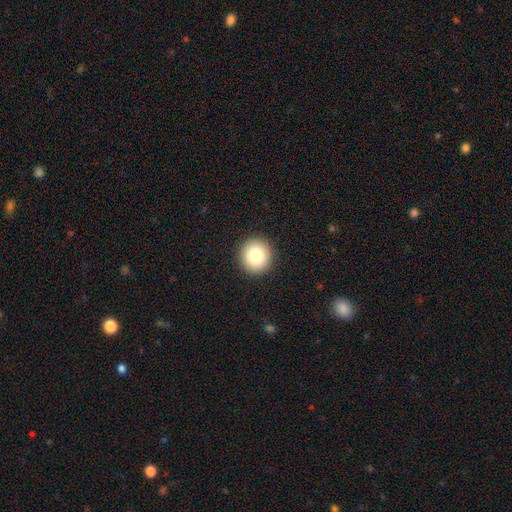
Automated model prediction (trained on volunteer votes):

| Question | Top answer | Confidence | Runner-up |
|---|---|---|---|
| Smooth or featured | smooth | 82% | star or artifact (9%) |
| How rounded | round | 91% | in between (8%) |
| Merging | none | 91% | minor disturbance (6%) |